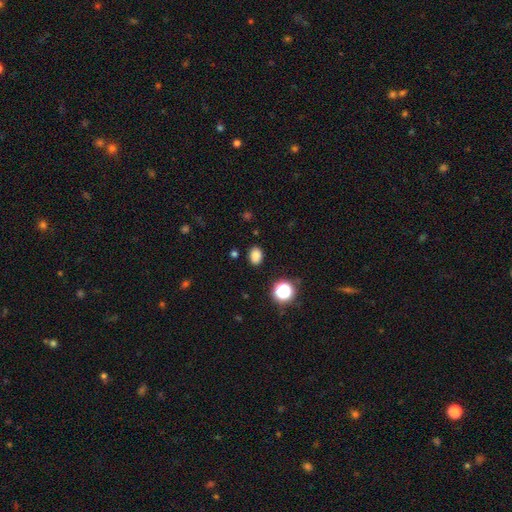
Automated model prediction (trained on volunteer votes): Smooth or featured? smooth (83%)
How rounded? in between (67%)
Merging? none (87%)